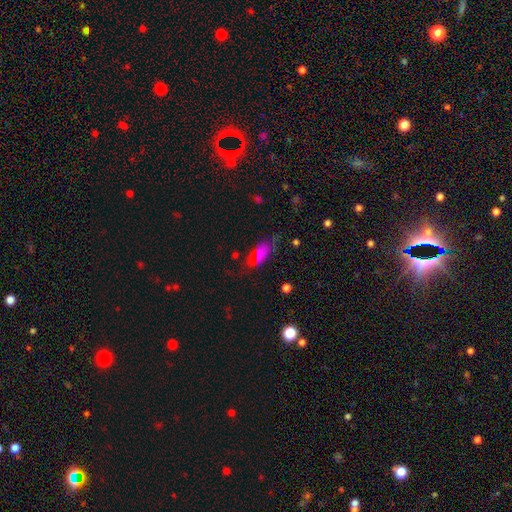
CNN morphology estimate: smooth 65%, featured or disk 20%, star or artifact 15%. Down the decision tree: how rounded — in between (76%); merging — none (54%).